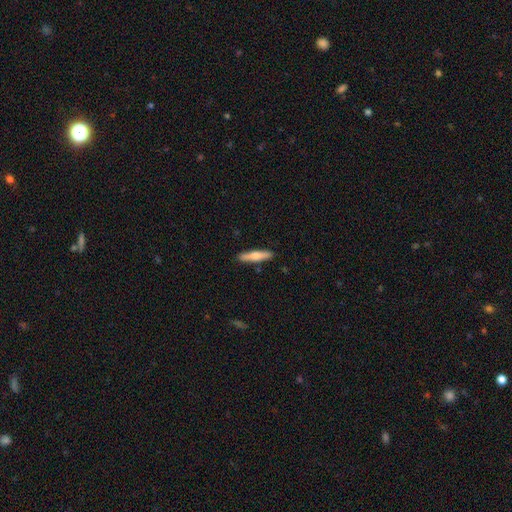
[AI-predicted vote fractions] smooth_or_featured: smooth (p=0.66) [alt: featured or disk p=0.29]
how_rounded: cigar-shaped (p=0.84) [alt: in between p=0.14]
merging: none (p=0.89) [alt: minor disturbance p=0.08]